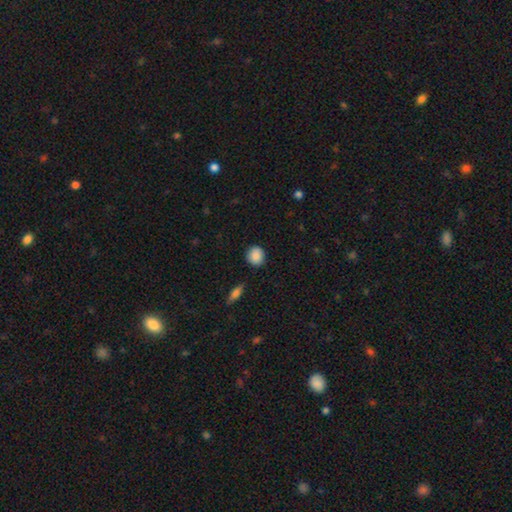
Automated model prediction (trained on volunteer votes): Morphology: type=smooth (88%); roundness=round (81%); merging=none (88%).